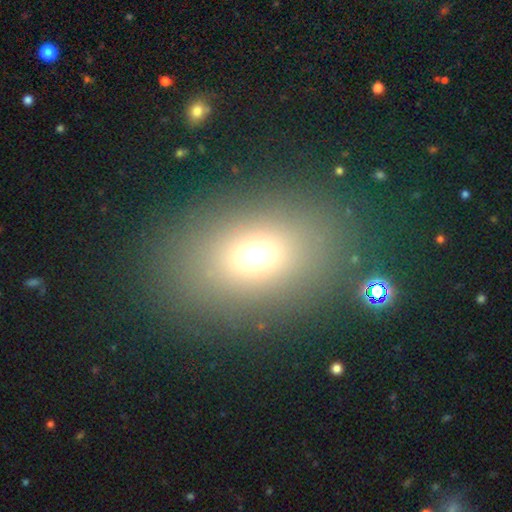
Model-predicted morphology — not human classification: Smooth or featured? Predicted: smooth (p=0.69). How rounded? Predicted: in between (p=0.66). Merging? Predicted: none (p=0.84).